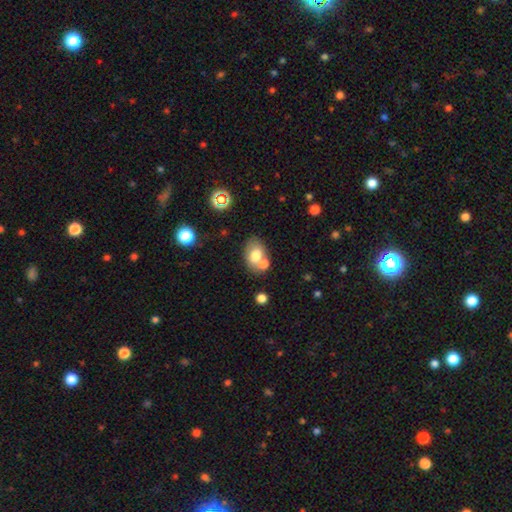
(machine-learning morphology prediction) The model was most divided on "merging": none: 49%, merger: 33%, minor disturbance: 14%, major disturbance: 5%. More confident: how rounded — in between (79%); smooth or featured — smooth (71%).